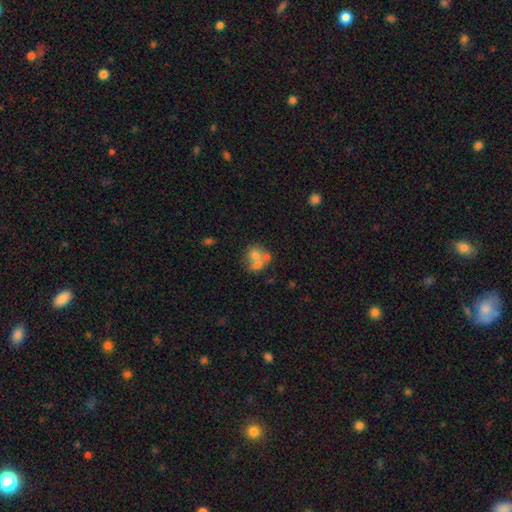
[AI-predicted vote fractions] The model was most divided on "how rounded": round: 58%, in between: 41%, cigar-shaped: 1%. More confident: smooth or featured — smooth (57%); merging — merger (53%).